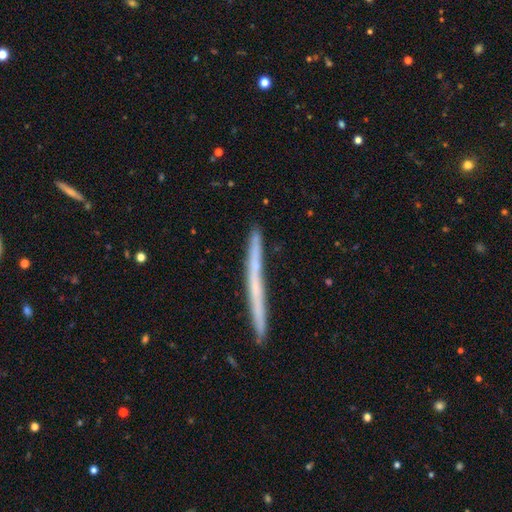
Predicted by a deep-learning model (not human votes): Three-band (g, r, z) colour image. It shows a featured or disk galaxy (49%). Merging: none (85%).